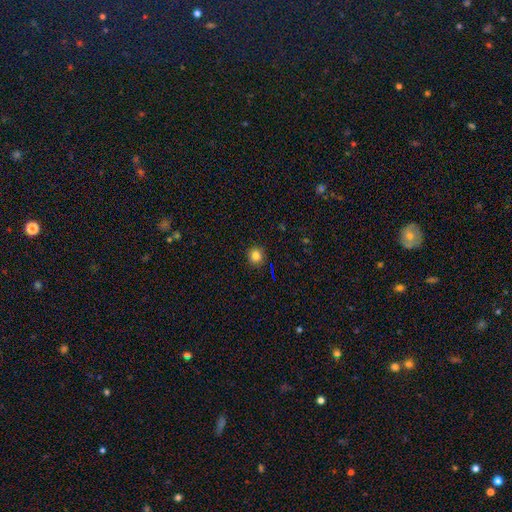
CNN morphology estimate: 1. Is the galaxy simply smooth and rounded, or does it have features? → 82% smooth, 13% star or artifact, 5% featured or disk.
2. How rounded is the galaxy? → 91% round, 8% in between, 1% cigar-shaped.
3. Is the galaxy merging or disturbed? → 90% none, 7% minor disturbance, 2% major disturbance, 1% merger.